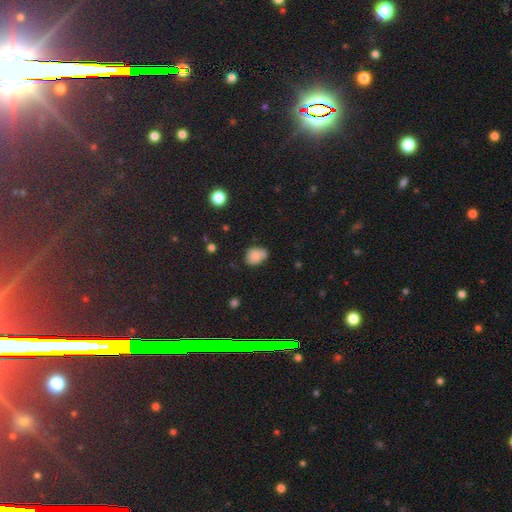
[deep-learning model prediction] smooth-or-featured: smooth: 79% | star or artifact: 11% | featured or disk: 10%
  how-rounded: round: 53% | in between: 46% | cigar-shaped: 1%
  merging: none: 49% | minor disturbance: 24% | merger: 21% | major disturbance: 6%